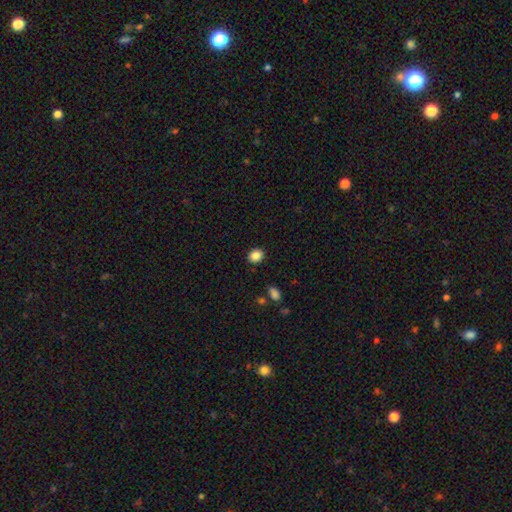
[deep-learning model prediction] This is clearly a smooth galaxy (86%). How rounded: likely round (68%). Merging: clearly none (90%).